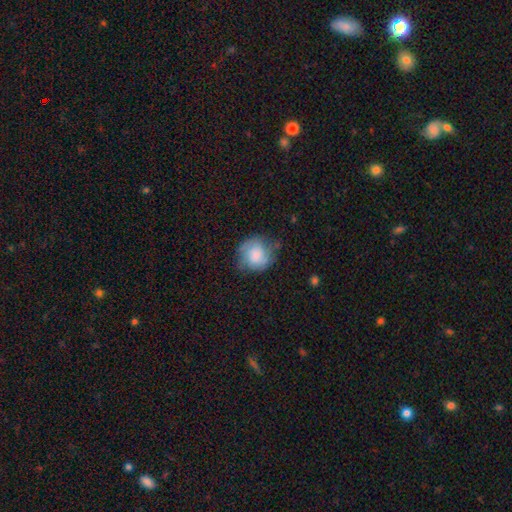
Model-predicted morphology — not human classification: type=smooth (62%); roundness=round (84%); merging=none (62%).